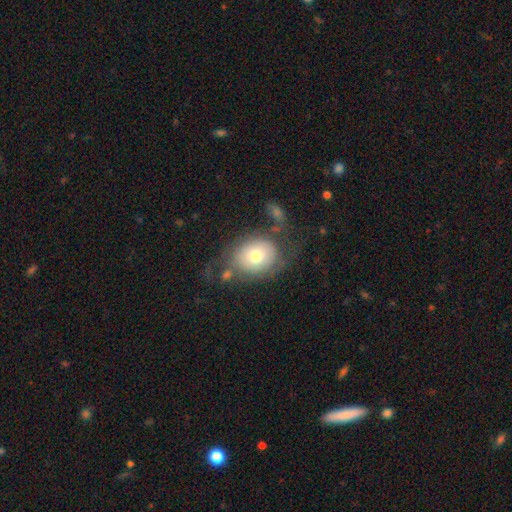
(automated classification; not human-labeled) The model was most divided on "how rounded": round: 51%, in between: 48%, cigar-shaped: 1%. Remaining: smooth or featured — smooth (66%); merging — none (49%).